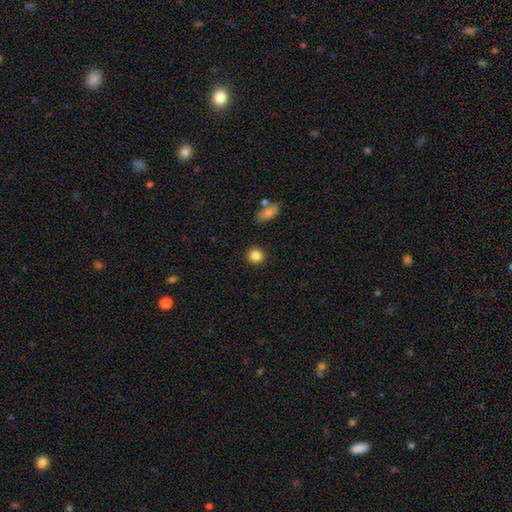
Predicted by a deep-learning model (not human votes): Smooth or featured? smooth (85%)
How rounded? round (90%)
Merging? none (91%)